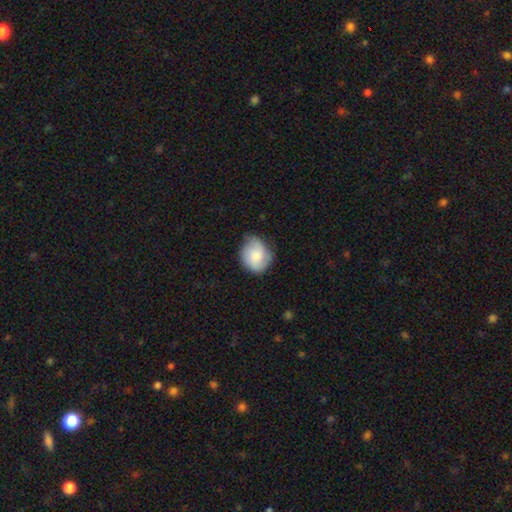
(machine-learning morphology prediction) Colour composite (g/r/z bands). It shows a smooth galaxy with no disk features (68%) that is round (64%). Merging: none (60%).